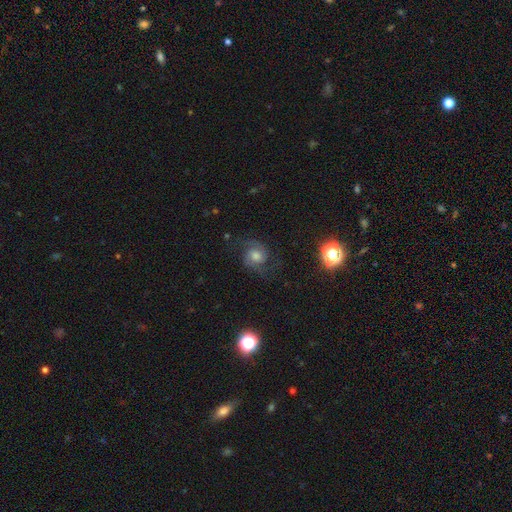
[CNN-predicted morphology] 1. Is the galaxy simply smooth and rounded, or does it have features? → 76% featured or disk, 12% smooth, 12% star or artifact.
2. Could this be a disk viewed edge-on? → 98% no, 2% yes.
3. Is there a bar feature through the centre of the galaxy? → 62% no, 32% weak, 6% strong.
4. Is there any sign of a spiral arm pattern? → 96% yes, 4% no.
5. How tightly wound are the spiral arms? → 56% medium, 23% tight, 21% loose.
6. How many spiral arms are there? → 90% 2, 4% can't tell, 2% 3, 2% 1, 1% 4, 1% more than 4.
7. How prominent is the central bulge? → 54% moderate, 20% small, 19% large, 5% none, 3% dominant.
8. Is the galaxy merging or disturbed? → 77% none, 14% minor disturbance, 8% major disturbance, 1% merger.